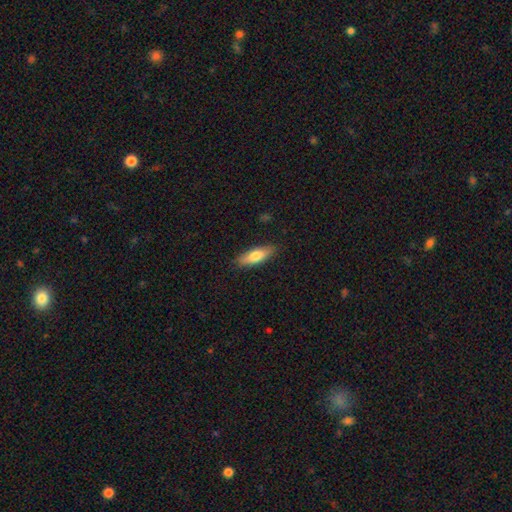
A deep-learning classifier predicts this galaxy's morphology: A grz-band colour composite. It shows a smooth galaxy with no disk features (75%) that is in between round and cigar-shaped (56%). Merging: none (87%).